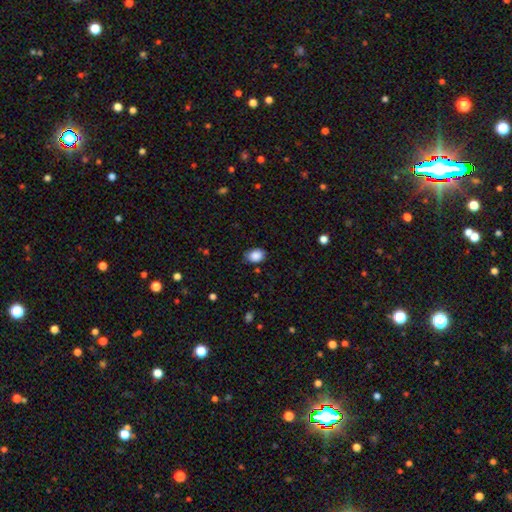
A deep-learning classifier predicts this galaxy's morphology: This appears to be a smooth galaxy with no disk features (88%) that is in between round and cigar-shaped (71%). Merging: none (77%).